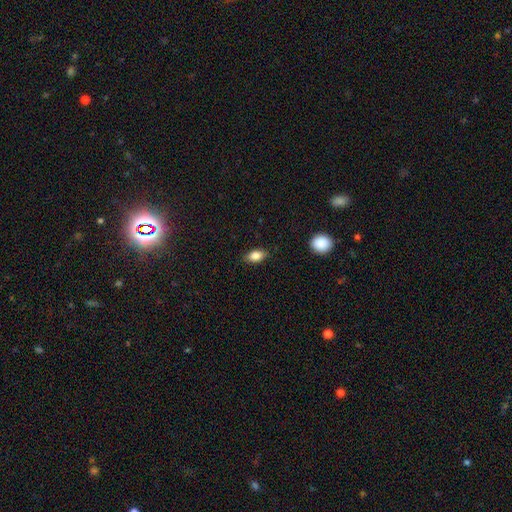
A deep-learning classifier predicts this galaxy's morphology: Smooth or featured? smooth (84%)
How rounded? in between (87%)
Merging? none (85%)